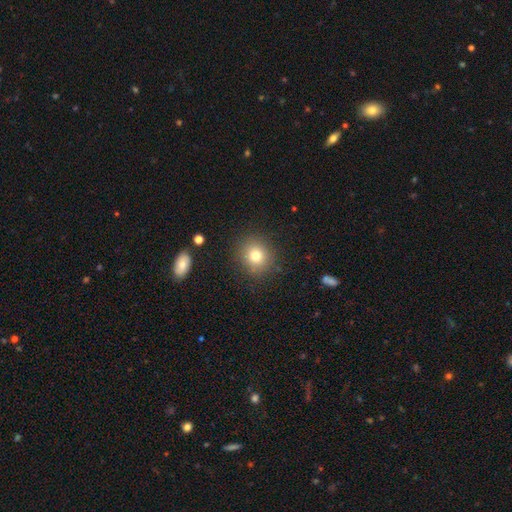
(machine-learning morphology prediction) Overall: smooth (77%). How rounded: round (85%). Merging: none (88%).